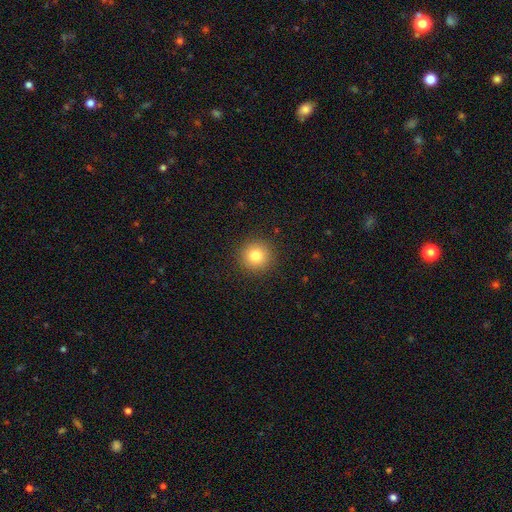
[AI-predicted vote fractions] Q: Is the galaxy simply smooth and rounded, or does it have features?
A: smooth — 80%.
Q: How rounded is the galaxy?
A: round — 95%.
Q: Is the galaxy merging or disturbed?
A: none — 91%.